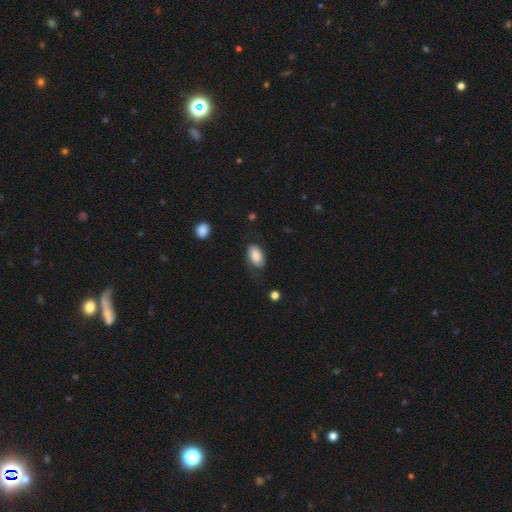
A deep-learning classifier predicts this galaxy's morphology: smooth_or_featured: smooth (p=0.76) [alt: featured or disk p=0.17]
how_rounded: in between (p=0.92) [alt: round p=0.05]
merging: none (p=0.64) [alt: minor disturbance p=0.24]